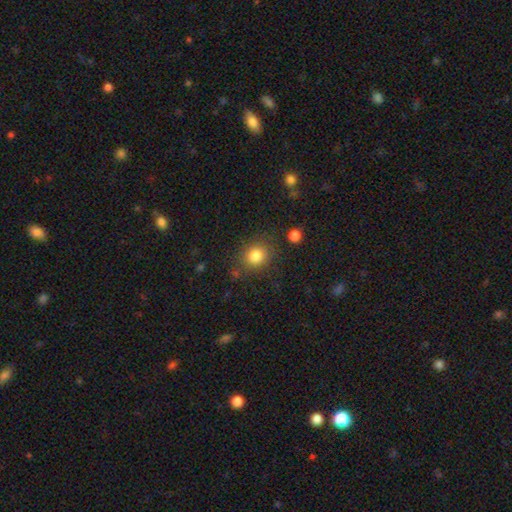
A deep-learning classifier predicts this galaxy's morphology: Smooth or featured?
  - smooth: 83% *
  - star or artifact: 11%
  - featured or disk: 6%
How rounded?
  - round: 78% *
  - in between: 21%
  - cigar-shaped: 1%
Merging?
  - none: 80% *
  - minor disturbance: 11%
  - major disturbance: 4%
  - merger: 4%